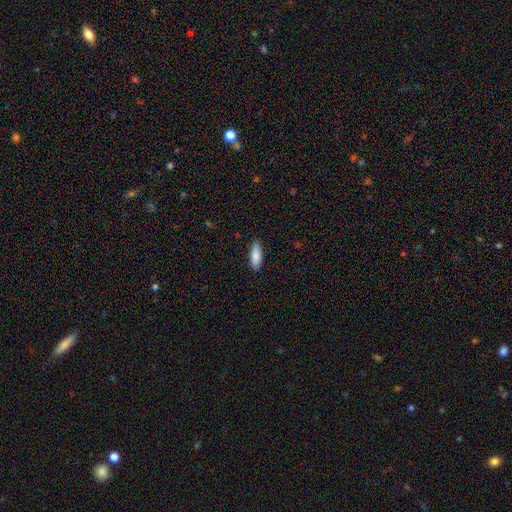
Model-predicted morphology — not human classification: A smooth galaxy with no disk features (87%) that is in between round and cigar-shaped (64%).

Vote fractions:
- Smooth or featured? smooth: 87% / featured or disk: 7% / star or artifact: 6%
- How rounded? in between: 64% / cigar-shaped: 34% / round: 2%
- Merging? none: 89% / minor disturbance: 9% / major disturbance: 2% / merger: 1%